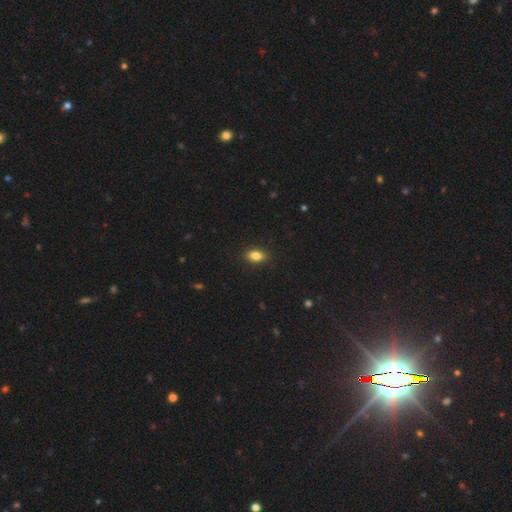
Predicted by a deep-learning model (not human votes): A smooth galaxy with no disk features (85%) that is in between round and cigar-shaped (86%). Merging: none (89%).